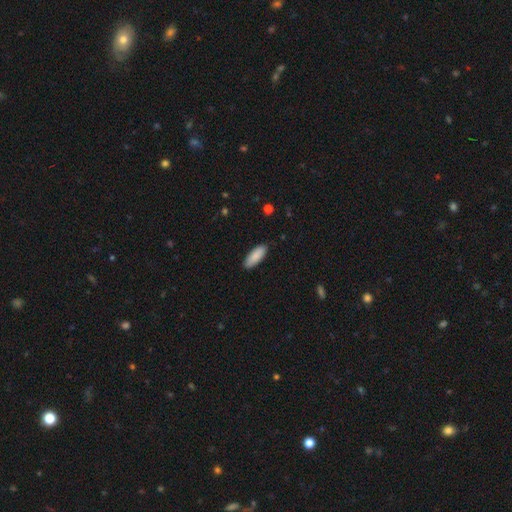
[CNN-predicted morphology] The model was most divided on "how rounded": in between: 71%, cigar-shaped: 27%, round: 1%. More confident: smooth or featured — smooth (89%); merging — none (88%).